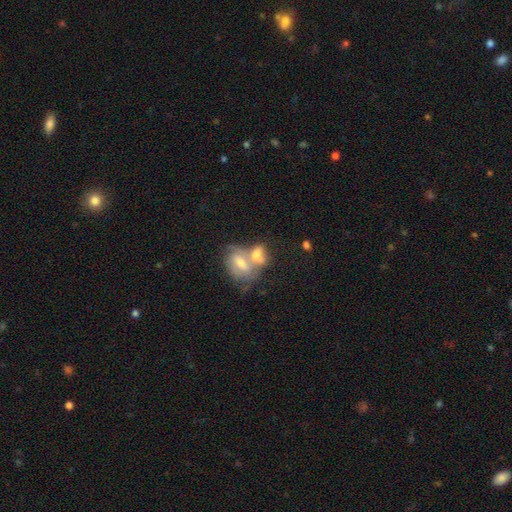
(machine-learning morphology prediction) featured or disk 51%, smooth 36%, star or artifact 13%. Down the decision tree: edge-on disk — no (93%); merging — merger (63%).